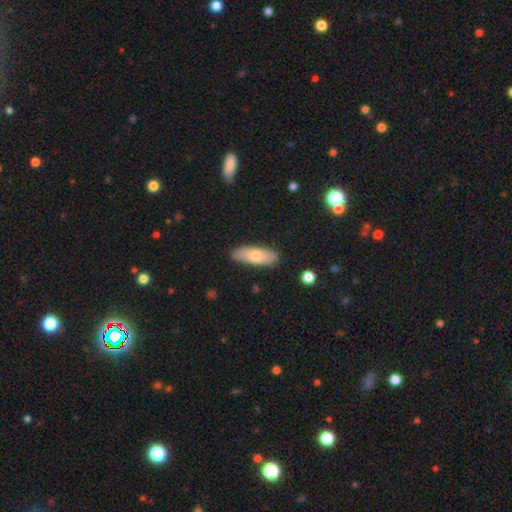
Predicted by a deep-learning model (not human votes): smooth_or_featured: smooth (p=0.71) [alt: featured or disk p=0.23]
how_rounded: in between (p=0.60) [alt: cigar-shaped p=0.38]
merging: none (p=0.87) [alt: minor disturbance p=0.10]